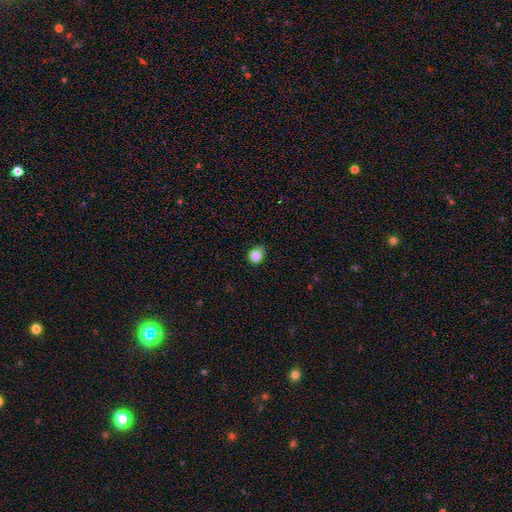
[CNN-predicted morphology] Q: Smooth or featured?
A: smooth (84%); runner-up: star or artifact (11%)
Q: How rounded?
A: round (77%); runner-up: in between (22%)
Q: Merging?
A: none (77%); runner-up: minor disturbance (18%)